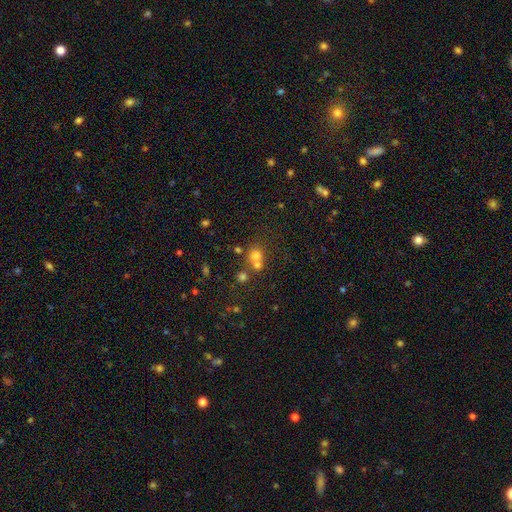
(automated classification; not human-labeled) Q: Smooth or featured?
A: smooth (64%); runner-up: star or artifact (22%)
Q: How rounded?
A: round (80%); runner-up: in between (19%)
Q: Merging?
A: merger (48%); runner-up: none (40%)